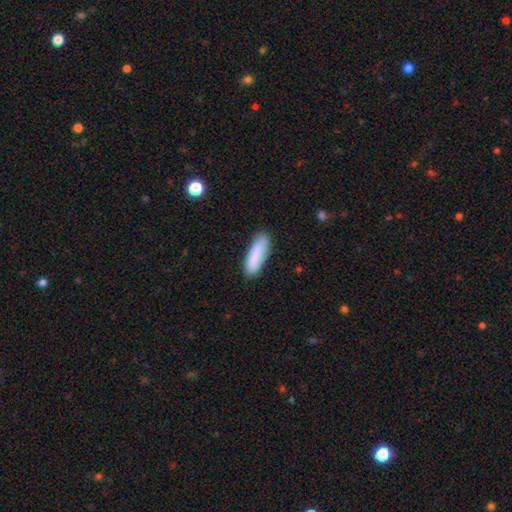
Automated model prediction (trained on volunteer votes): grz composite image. It shows a smooth galaxy with no disk features (87%) that is cigar-shaped (53%). Merging: none (84%).